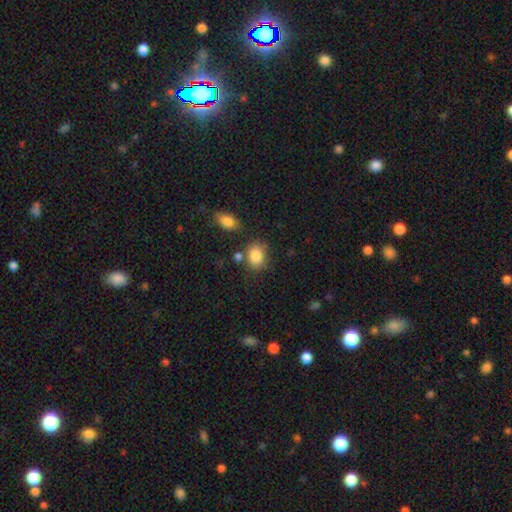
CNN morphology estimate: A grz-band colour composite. It shows a smooth galaxy with no disk features (86%) that is in between round and cigar-shaped (56%). Merging: none (68%).